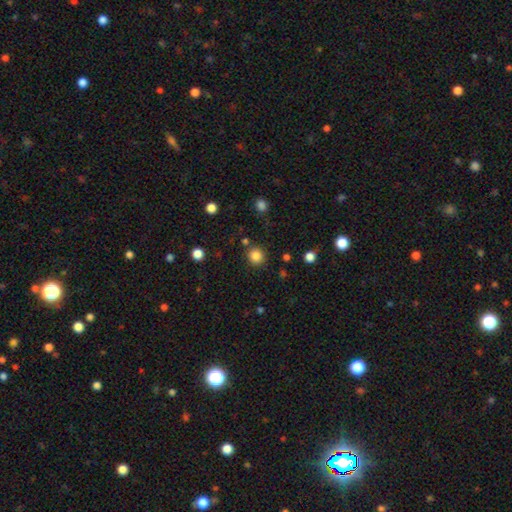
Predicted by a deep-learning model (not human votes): This appears to be a smooth galaxy with no disk features (84%) that is round (91%). Merging: none (87%).